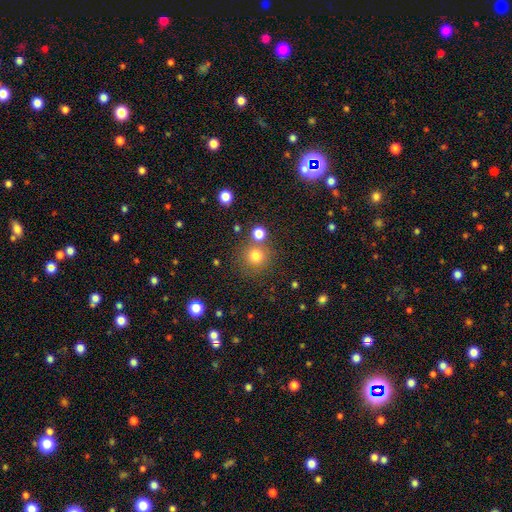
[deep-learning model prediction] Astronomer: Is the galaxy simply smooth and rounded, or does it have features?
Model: smooth — 78%.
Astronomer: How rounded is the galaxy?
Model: round — 92%.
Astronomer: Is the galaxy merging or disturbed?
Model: none — 74%.